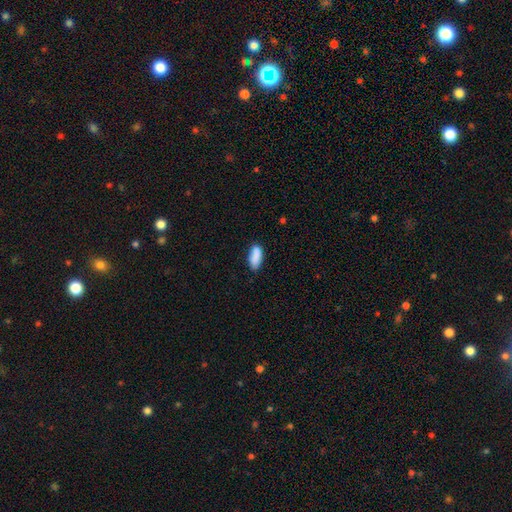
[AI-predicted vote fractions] This is clearly a smooth galaxy (86%). How rounded: likely in between (79%). Merging: likely none (72%).